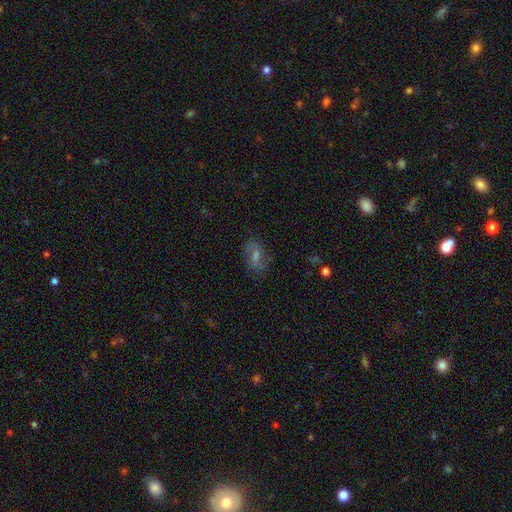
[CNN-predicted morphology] Smooth or featured? Predicted: featured or disk (p=0.54). Edge-on disk? Predicted: no (p=0.94). Bar? Predicted: weak (p=0.49). Spiral arms? Predicted: yes (p=0.83). Bulge size? Predicted: moderate (p=0.45). Merging? Predicted: none (p=0.79).